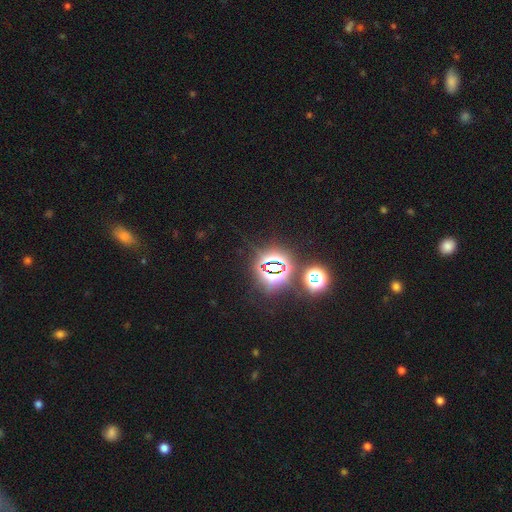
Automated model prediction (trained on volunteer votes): This is likely a star or artifact rather than a galaxy (79%).